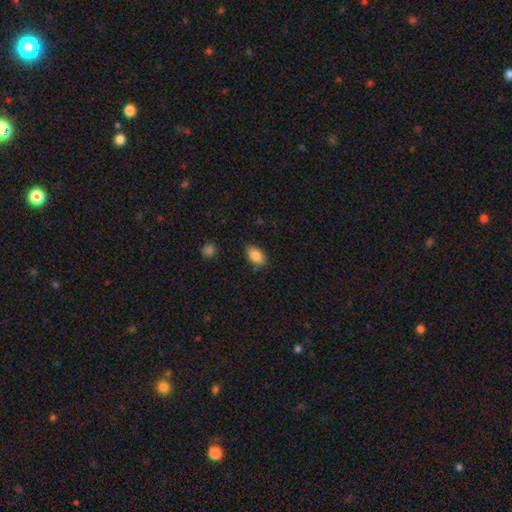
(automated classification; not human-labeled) Smooth or featured: smooth — 86% (star or artifact — 7%)
How rounded: in between — 91% (round — 5%)
Merging: none — 80% (minor disturbance — 15%)